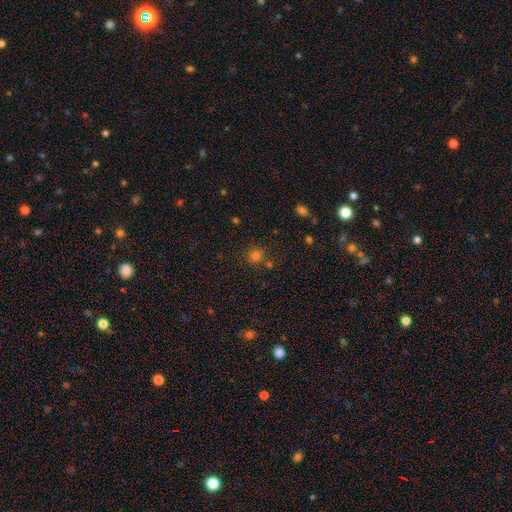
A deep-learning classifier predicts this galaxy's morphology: Smooth or featured?
  - smooth: 74% *
  - star or artifact: 20%
  - featured or disk: 7%
How rounded?
  - round: 88% *
  - in between: 11%
  - cigar-shaped: 1%
Merging?
  - none: 75% *
  - minor disturbance: 11%
  - merger: 10%
  - major disturbance: 4%